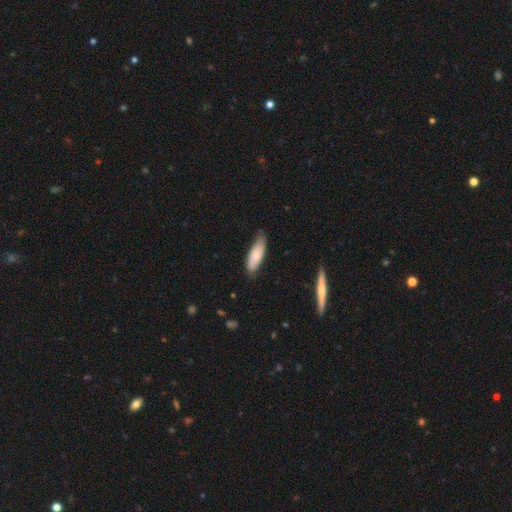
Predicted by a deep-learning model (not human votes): Smooth or featured? smooth (74%)
How rounded? in between (61%)
Merging? none (67%)